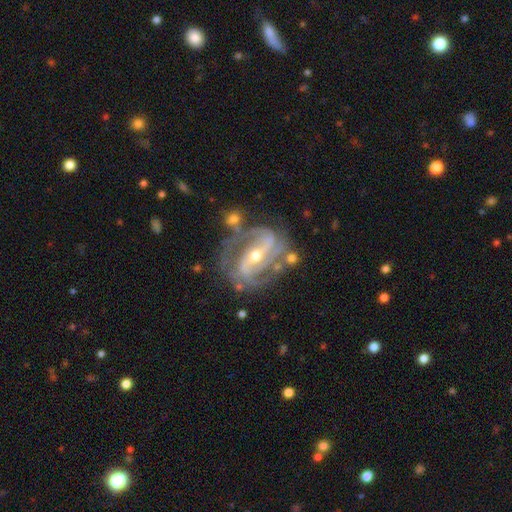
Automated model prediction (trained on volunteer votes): Smooth or featured? featured or disk (90%)
Edge-on disk? no (96%)
Bar? strong (59%)
Spiral arms? yes (96%)
Spiral winding? medium (47%)
Spiral arm count? 2 (71%)
Bulge size? small (49%)
Merging? none (63%)